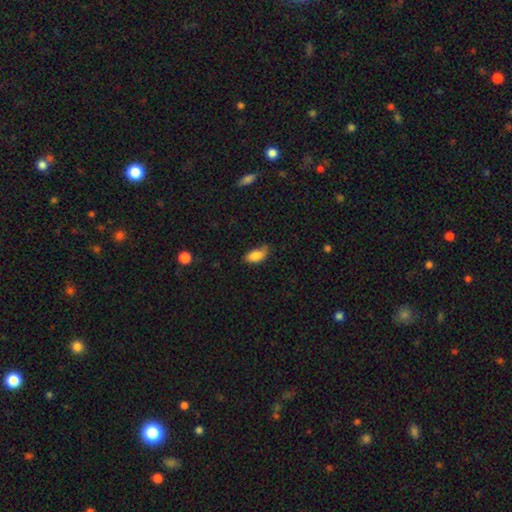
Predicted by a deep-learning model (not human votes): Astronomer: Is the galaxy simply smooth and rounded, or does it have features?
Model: smooth — 84%.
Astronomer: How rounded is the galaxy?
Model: in between — 91%.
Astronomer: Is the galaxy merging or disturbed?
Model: none — 53% (runner-up: minor disturbance, 35%).